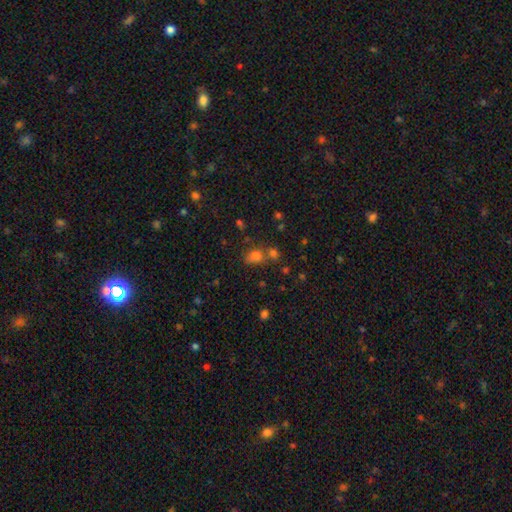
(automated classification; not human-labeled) Morphology: type=smooth (71%); roundness=in between (55%); merging=none (50%).